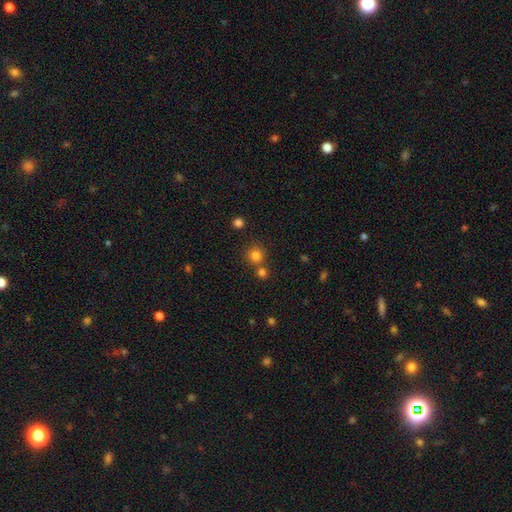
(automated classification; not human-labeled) This appears to be a smooth galaxy with no disk features (80%) that is round (92%). Merging: none (69%).